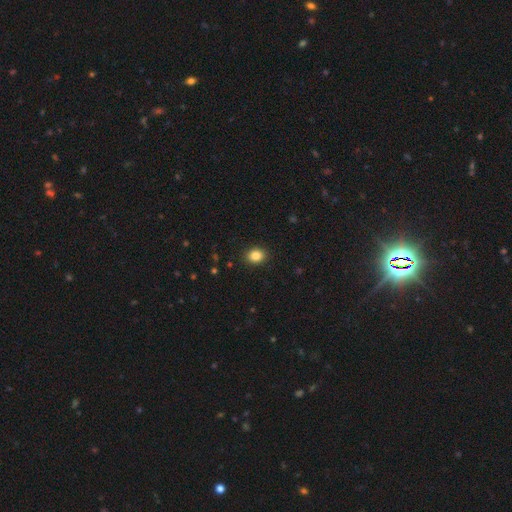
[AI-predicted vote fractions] This appears to be a smooth galaxy with no disk features (85%) that is in between round and cigar-shaped (51%). Merging: none (90%).